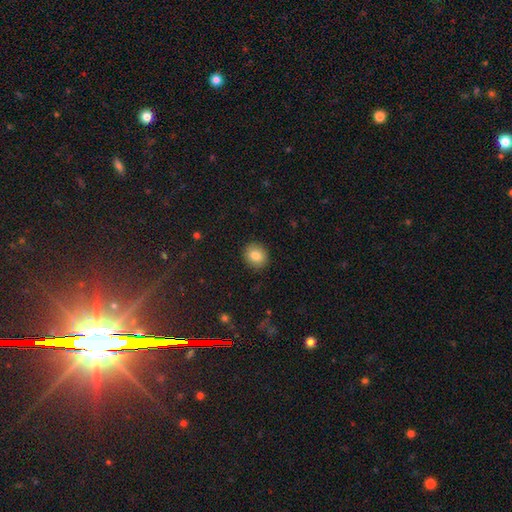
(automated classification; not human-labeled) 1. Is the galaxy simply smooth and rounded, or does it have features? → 83% smooth, 9% star or artifact, 8% featured or disk.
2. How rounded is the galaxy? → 77% round, 22% in between, 1% cigar-shaped.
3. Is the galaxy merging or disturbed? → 90% none, 7% minor disturbance, 2% major disturbance, 1% merger.